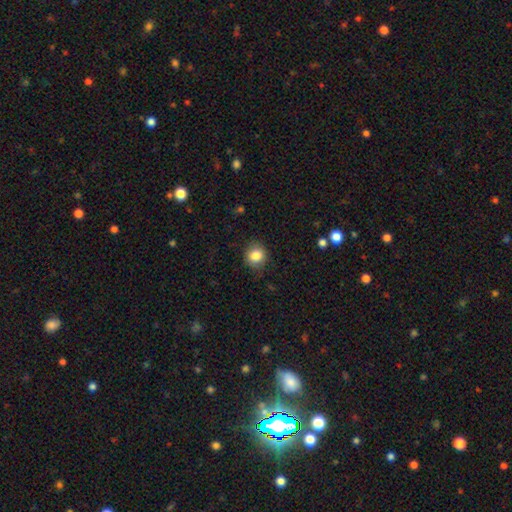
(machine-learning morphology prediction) type=smooth (84%); roundness=round (83%); merging=none (85%).